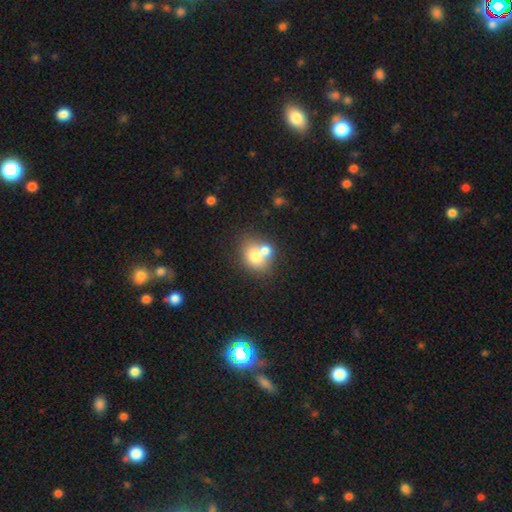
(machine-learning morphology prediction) This appears to be a smooth galaxy with no disk features (71%) that is round (60%). Merging: merger (51%).